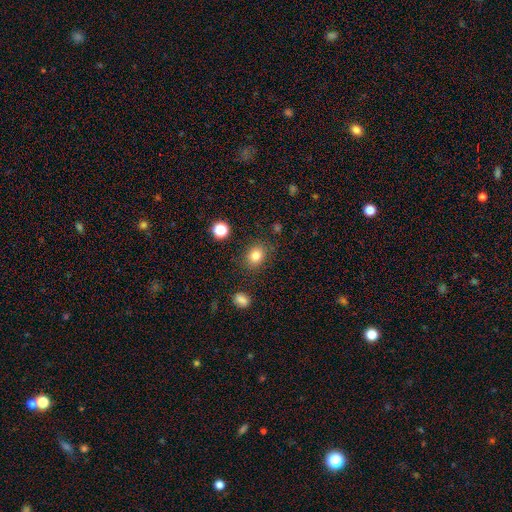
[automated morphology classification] Smooth or featured? smooth (82%)
How rounded? round (56%)
Merging? none (83%)